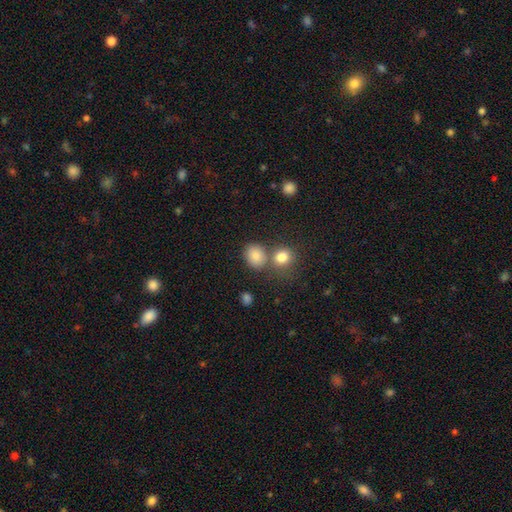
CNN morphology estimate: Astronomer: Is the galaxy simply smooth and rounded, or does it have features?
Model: smooth — 83%.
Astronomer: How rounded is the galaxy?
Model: round — 60% (runner-up: in between, 39%).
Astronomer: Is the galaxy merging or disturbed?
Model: none — 62%.